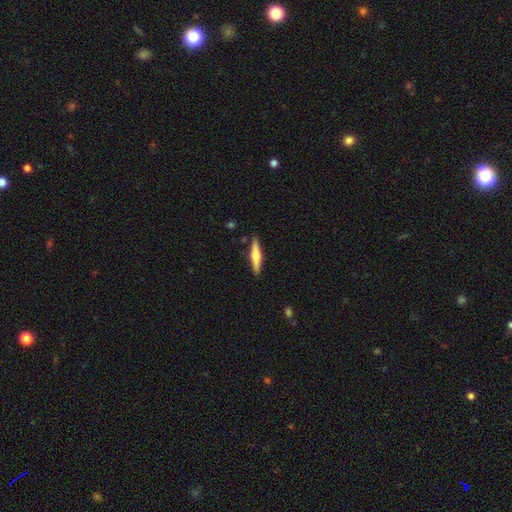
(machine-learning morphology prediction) Smooth or featured? featured or disk (52%)
Edge-on disk? yes (96%)
Edge-on bulge? rounded (89%)
Merging? none (89%)